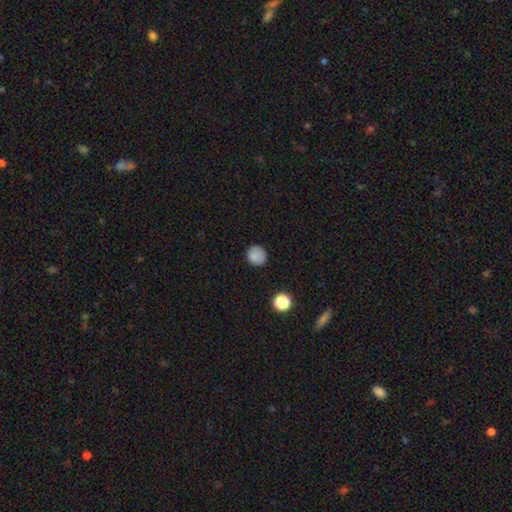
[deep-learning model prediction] Smooth or featured? Predicted: smooth (p=0.83). How rounded? Predicted: round (p=0.86). Merging? Predicted: none (p=0.84).